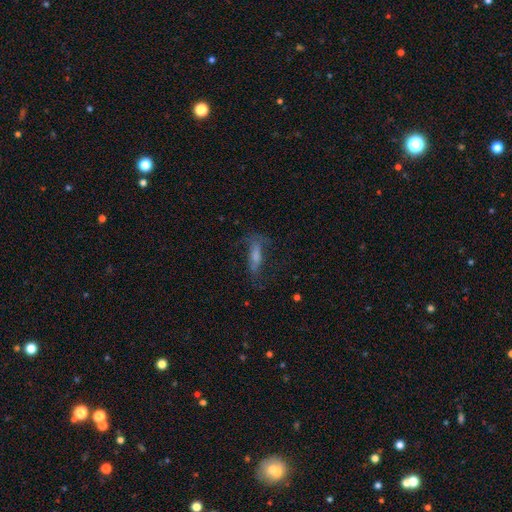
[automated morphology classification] featured or disk 47%, smooth 37%, star or artifact 17%. Down the decision tree: merging — none (58%).